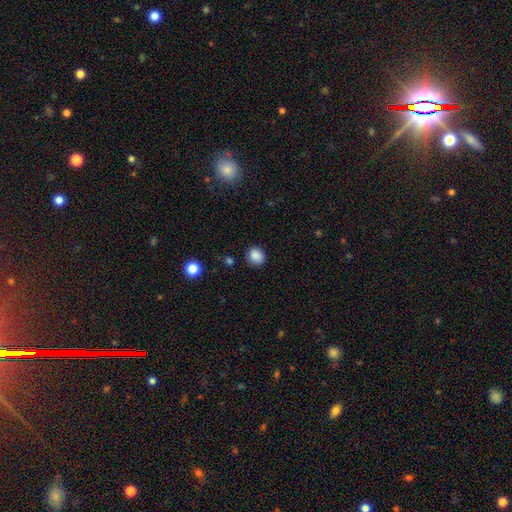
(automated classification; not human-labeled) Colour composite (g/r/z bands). It shows a smooth galaxy with no disk features (87%) that is round (77%). Merging: none (87%).